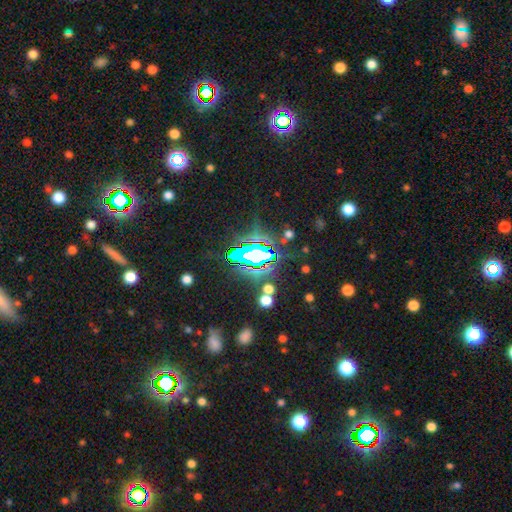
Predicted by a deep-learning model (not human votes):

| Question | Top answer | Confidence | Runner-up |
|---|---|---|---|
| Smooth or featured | star or artifact | 70% | smooth (18%) |